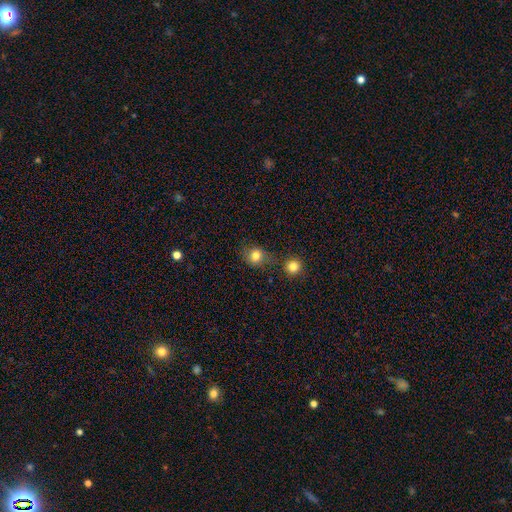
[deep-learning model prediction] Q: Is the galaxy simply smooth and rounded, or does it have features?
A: smooth — 81%.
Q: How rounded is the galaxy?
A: round — 80%.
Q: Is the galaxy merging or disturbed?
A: none — 68%.